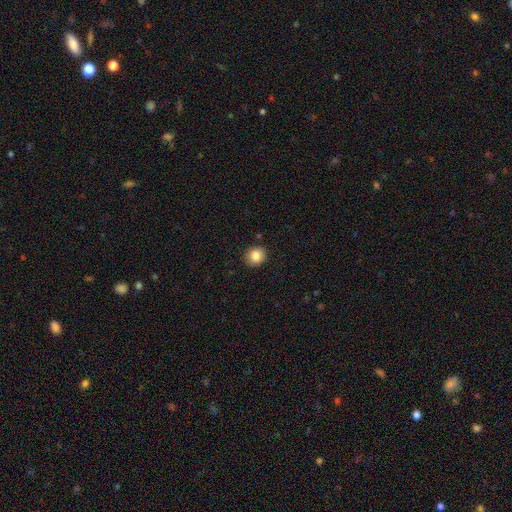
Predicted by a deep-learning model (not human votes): Morphology: type=smooth (85%); roundness=round (74%); merging=none (89%).